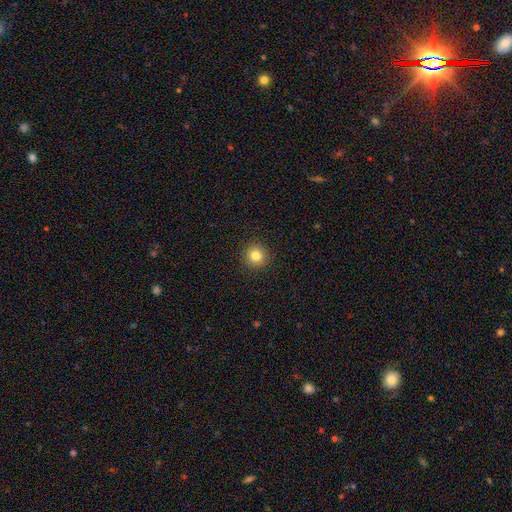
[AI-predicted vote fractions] A smooth galaxy with no disk features (82%) that is round (94%). Merging: none (92%).